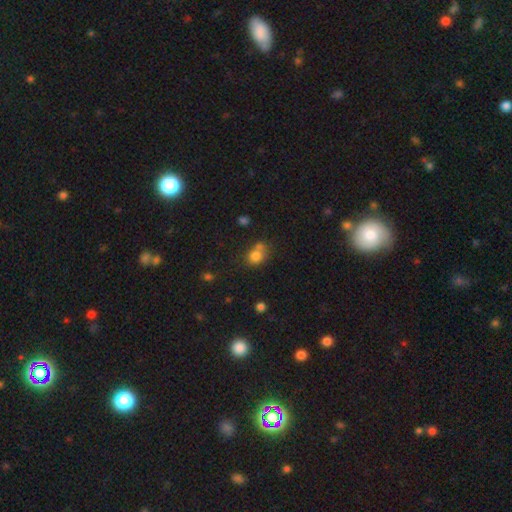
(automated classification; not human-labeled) A smooth galaxy with no disk features (78%) that is round (66%). Merging: none (46%).